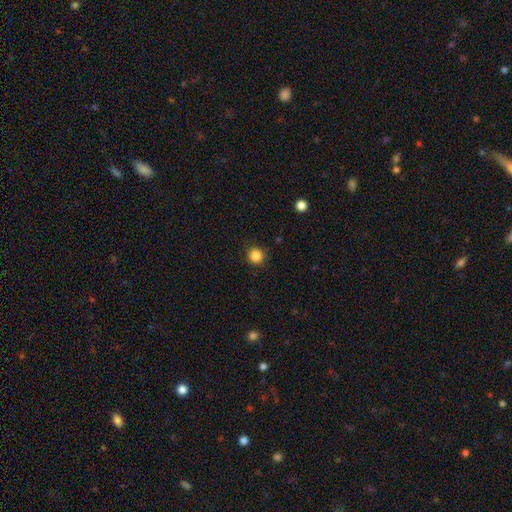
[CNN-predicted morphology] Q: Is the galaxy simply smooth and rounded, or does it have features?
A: smooth — 85%.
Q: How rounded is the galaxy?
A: round — 95%.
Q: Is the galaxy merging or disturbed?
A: none — 91%.